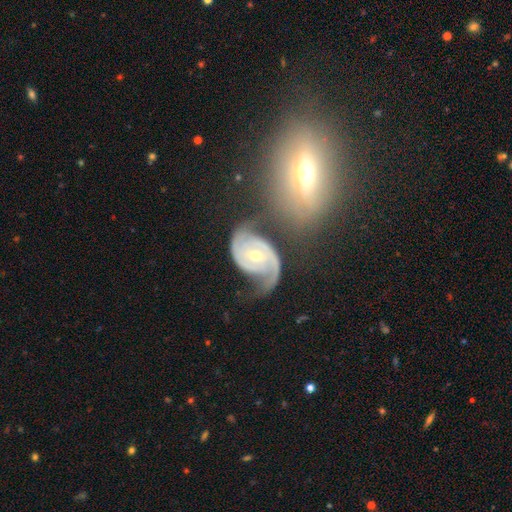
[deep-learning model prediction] A featured or disk galaxy (89%) with a weak bar (41%), 2 (82%) medium (46%) spiral arms (97%) and a moderate central bulge (59%).

Vote fractions:
- Smooth or featured? featured or disk: 89% / smooth: 5% / star or artifact: 5%
- Edge-on disk? no: 97% / yes: 3%
- Bar? weak: 41% / no: 37% / strong: 22%
- Spiral arms? yes: 97% / no: 3%
- Spiral winding? medium: 46% / tight: 32% / loose: 22%
- Spiral arm count? 2: 82% / can't tell: 5% / 3: 5% / 1: 5% / 4: 2% / more than 4: 2%
- Bulge size? moderate: 59% / small: 37% / large: 2% / none: 1% / dominant: 1%
- Merging? none: 50% / minor disturbance: 21% / major disturbance: 17% / merger: 12%